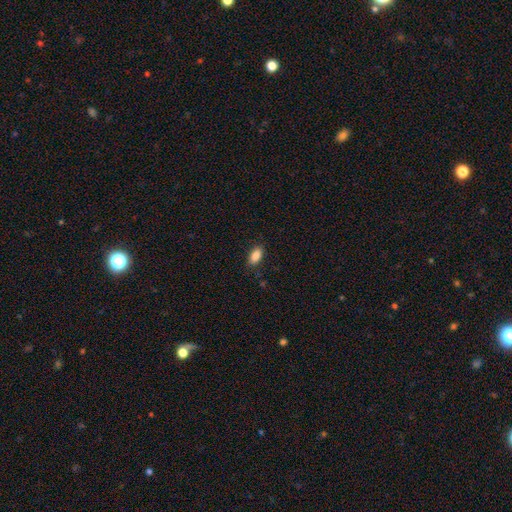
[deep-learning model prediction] A smooth galaxy with no disk features (88%) that is in between round and cigar-shaped (91%).

Vote fractions:
- Smooth or featured? smooth: 88% / star or artifact: 8% / featured or disk: 5%
- How rounded? in between: 91% / cigar-shaped: 6% / round: 4%
- Merging? none: 86% / minor disturbance: 11% / major disturbance: 2% / merger: 1%